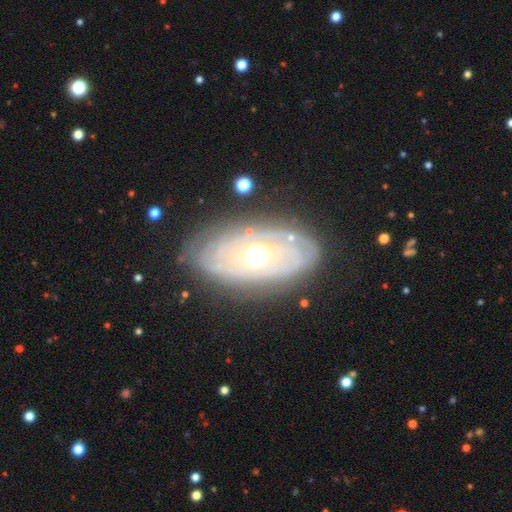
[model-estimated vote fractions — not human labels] Smooth or featured? featured or disk (77%)
Edge-on disk? no (90%)
Bar? no (83%)
Spiral arms? yes (67%)
Bulge size? moderate (74%)
Merging? none (78%)